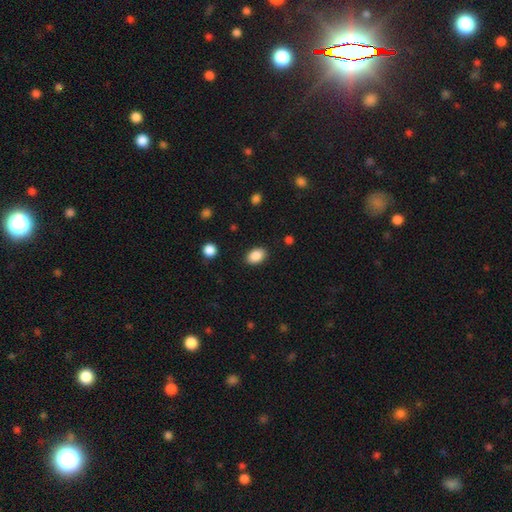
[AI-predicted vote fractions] Smooth or featured: smooth — 88% (star or artifact — 8%)
How rounded: in between — 83% (round — 16%)
Merging: none — 87% (minor disturbance — 9%)